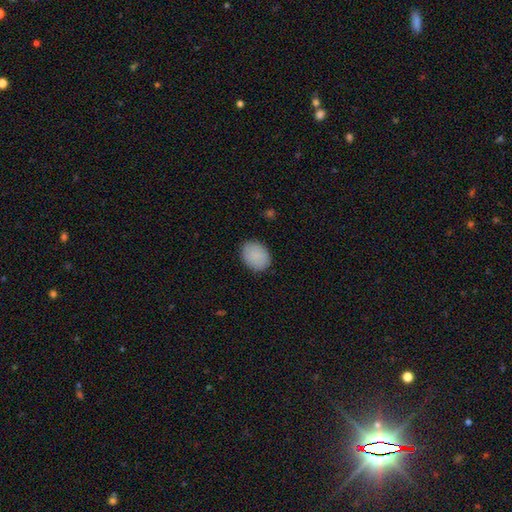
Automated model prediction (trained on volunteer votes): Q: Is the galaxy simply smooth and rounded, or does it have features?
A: smooth — 89%.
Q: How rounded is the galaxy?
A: in between — 59%.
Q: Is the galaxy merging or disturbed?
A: none — 86%.